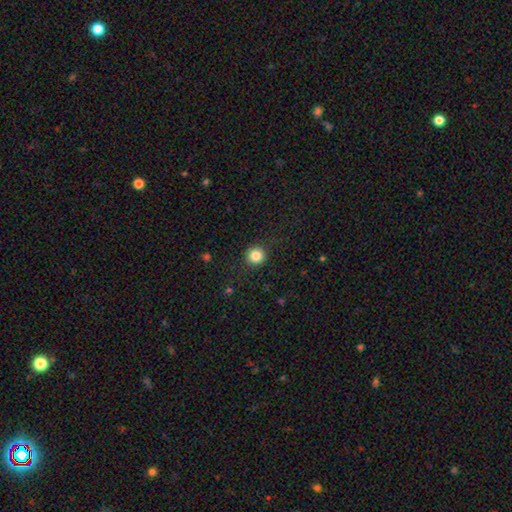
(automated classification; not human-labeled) Morphology: type=smooth (84%); roundness=round (94%); merging=none (90%).